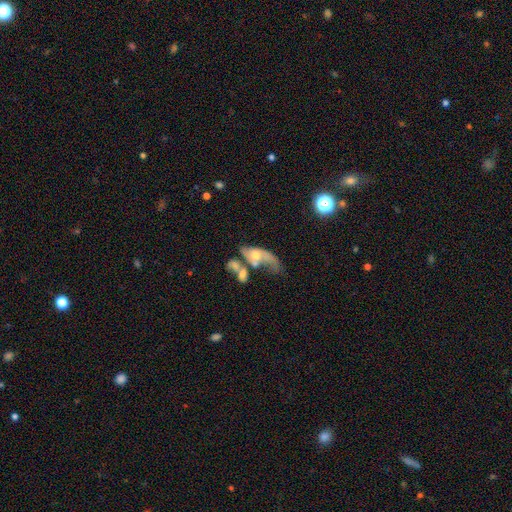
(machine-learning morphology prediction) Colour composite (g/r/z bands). It shows a featured or disk galaxy (55%). Merging: merger (44%).